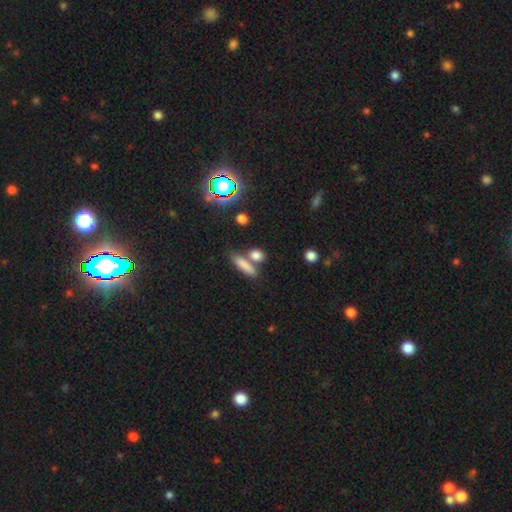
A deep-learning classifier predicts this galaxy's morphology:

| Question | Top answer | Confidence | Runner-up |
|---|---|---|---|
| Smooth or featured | smooth | 79% | star or artifact (12%) |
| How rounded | in between | 39% | round (31%) |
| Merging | none | 63% | merger (24%) |